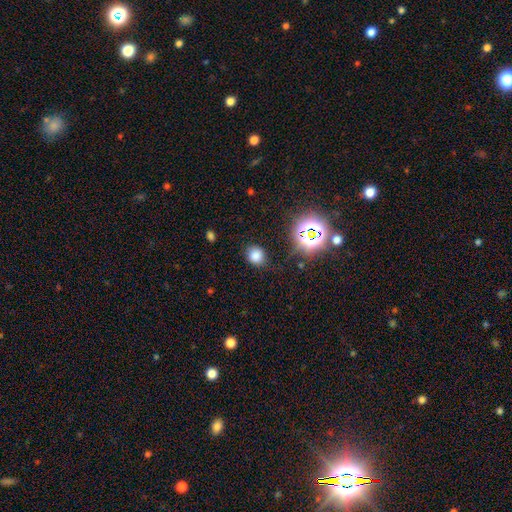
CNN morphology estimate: The model was most divided on "how rounded": round: 73%, in between: 26%, cigar-shaped: 1%. More confident: merging — none (81%); smooth or featured — smooth (75%).